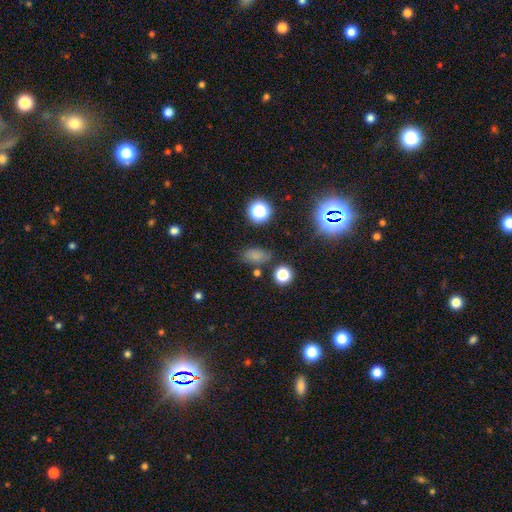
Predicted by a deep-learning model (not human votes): This appears to be a smooth galaxy with no disk features (70%) that is in between round and cigar-shaped (80%). Merging: none (72%).